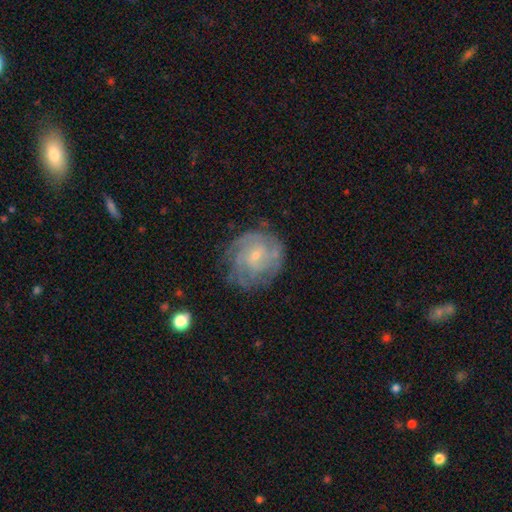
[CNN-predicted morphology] A featured or disk galaxy (76%) with no bar (58%), tight (62%) spiral arms (88%) and a small central bulge (76%).

Vote fractions:
- Smooth or featured? featured or disk: 76% / smooth: 17% / star or artifact: 7%
- Edge-on disk? no: 98% / yes: 2%
- Bar? no: 58% / weak: 36% / strong: 5%
- Spiral arms? yes: 88% / no: 12%
- Spiral winding? tight: 62% / medium: 30% / loose: 8%
- Spiral arm count? can't tell: 46% / 3: 16% / 4: 15% / 2: 12% / more than 4: 6% / 1: 5%
- Bulge size? small: 76% / moderate: 19% / none: 3% / large: 1% / dominant: 1%
- Merging? none: 67% / minor disturbance: 21% / major disturbance: 10% / merger: 2%